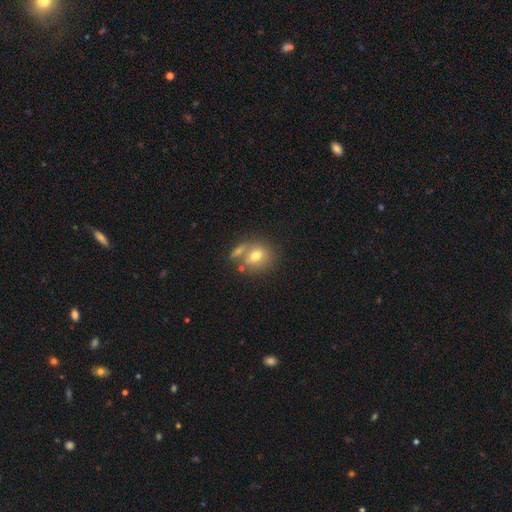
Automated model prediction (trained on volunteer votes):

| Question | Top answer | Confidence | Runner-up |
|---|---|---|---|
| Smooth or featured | smooth | 70% | featured or disk (19%) |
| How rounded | round | 65% | in between (34%) |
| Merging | none | 54% | merger (27%) |